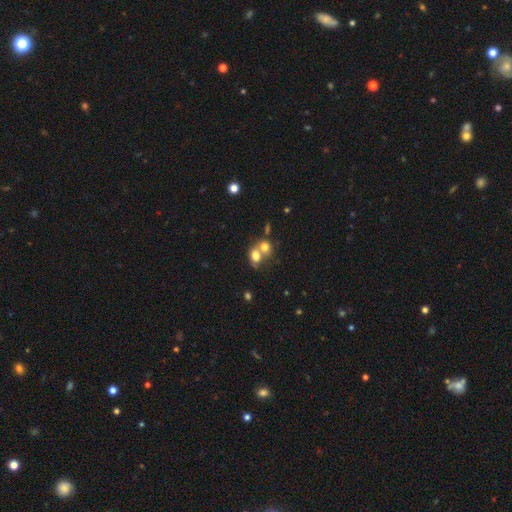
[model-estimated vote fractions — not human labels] smooth_or_featured: smooth (p=0.72) [alt: featured or disk p=0.18]
how_rounded: round (p=0.50) [alt: in between p=0.49]
merging: merger (p=0.67) [alt: none p=0.22]